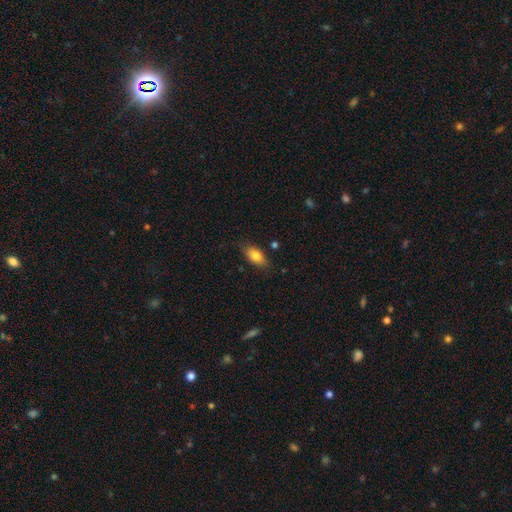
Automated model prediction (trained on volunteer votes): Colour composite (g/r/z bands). It shows a smooth galaxy with no disk features (80%) that is in between round and cigar-shaped (87%). Merging: none (80%).